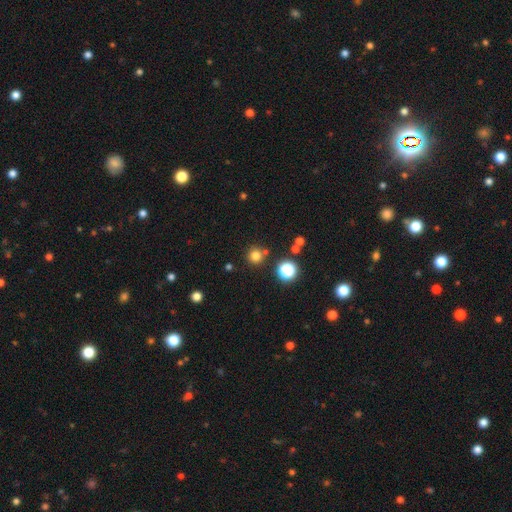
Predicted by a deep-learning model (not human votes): Smooth or featured: smooth — 76% (star or artifact — 18%)
How rounded: round — 95% (in between — 4%)
Merging: none — 82% (merger — 8%)